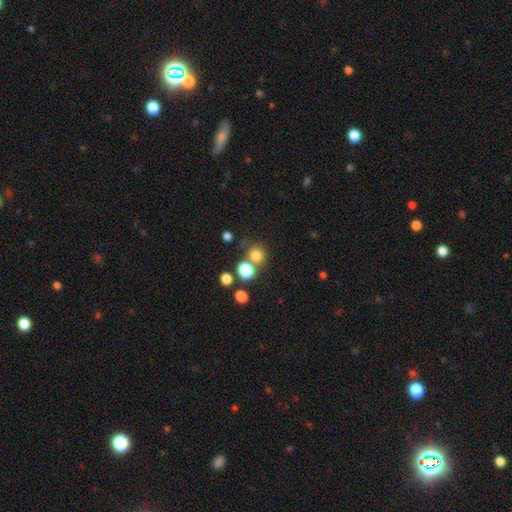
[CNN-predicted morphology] Smooth or featured: smooth — 77% (star or artifact — 16%)
How rounded: round — 90% (in between — 10%)
Merging: none — 67% (merger — 22%)